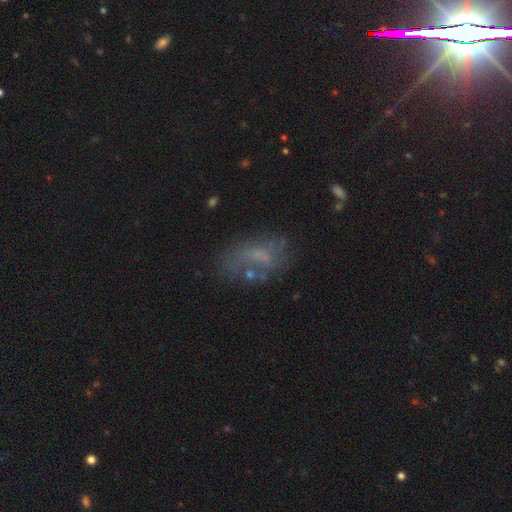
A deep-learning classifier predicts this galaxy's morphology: Smooth or featured?
  - smooth: 41% *
  - featured or disk: 37%
  - star or artifact: 22%
Merging?
  - none: 52% *
  - minor disturbance: 22%
  - major disturbance: 19%
  - merger: 7%